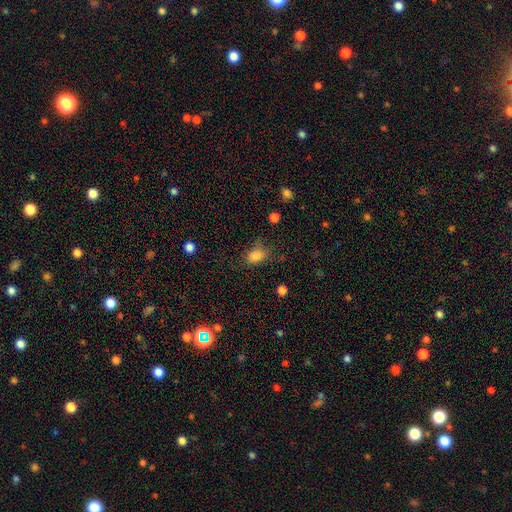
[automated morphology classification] Smooth or featured?
  - smooth: 83% *
  - star or artifact: 11%
  - featured or disk: 6%
How rounded?
  - in between: 80% *
  - round: 18%
  - cigar-shaped: 2%
Merging?
  - none: 65% *
  - minor disturbance: 23%
  - major disturbance: 10%
  - merger: 2%